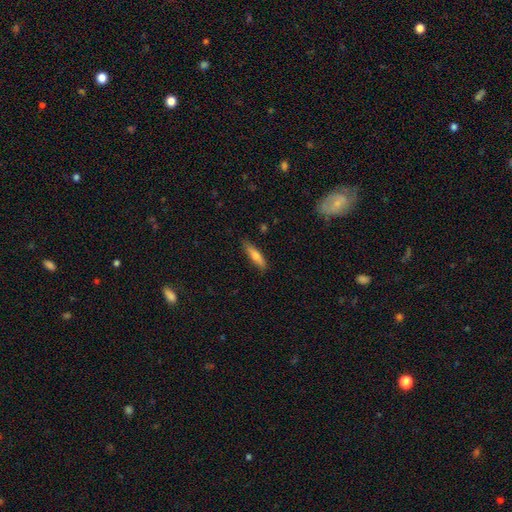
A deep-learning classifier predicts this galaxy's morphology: A smooth galaxy with no disk features (69%) that is cigar-shaped (77%). Merging: none (83%).